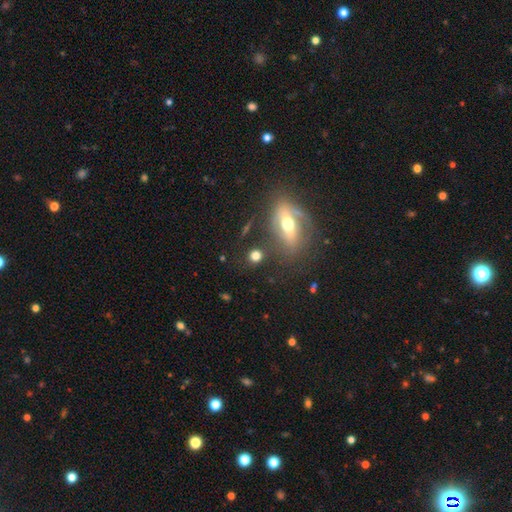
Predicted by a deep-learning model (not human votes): This is likely a smooth galaxy (71%). How rounded: likely round (76%). Merging: likely none (76%).